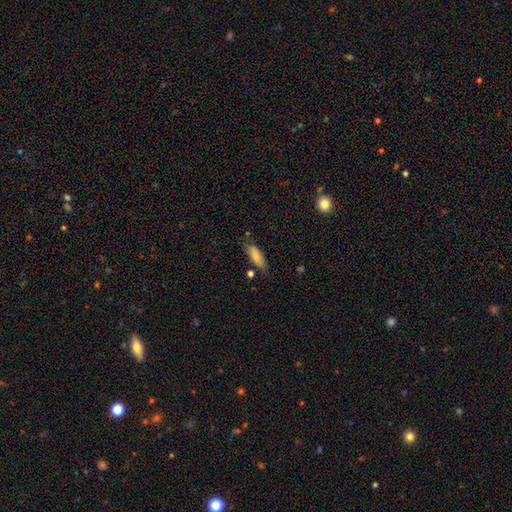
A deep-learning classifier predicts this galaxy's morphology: smooth_or_featured: smooth (p=0.83) [alt: featured or disk p=0.10]
how_rounded: in between (p=0.66) [alt: cigar-shaped p=0.32]
merging: none (p=0.72) [alt: minor disturbance p=0.19]